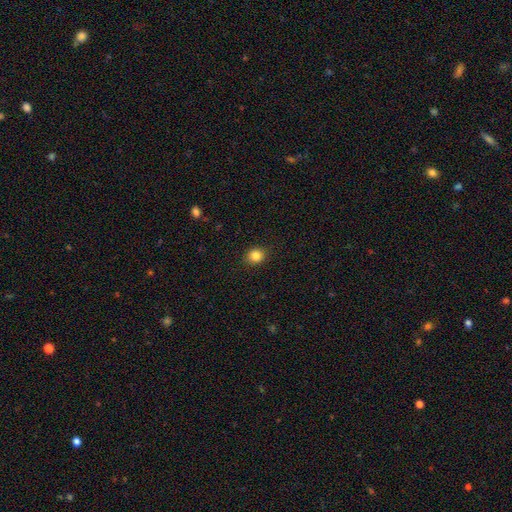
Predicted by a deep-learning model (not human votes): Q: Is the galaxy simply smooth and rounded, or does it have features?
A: smooth — 84%.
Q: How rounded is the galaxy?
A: round — 74%.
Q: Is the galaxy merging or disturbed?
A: none — 90%.